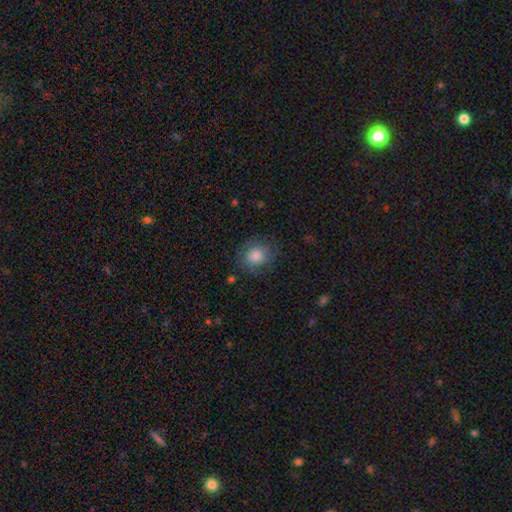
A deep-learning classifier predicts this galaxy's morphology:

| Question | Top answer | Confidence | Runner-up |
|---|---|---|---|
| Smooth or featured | smooth | 81% | featured or disk (9%) |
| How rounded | round | 75% | in between (24%) |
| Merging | none | 78% | minor disturbance (15%) |